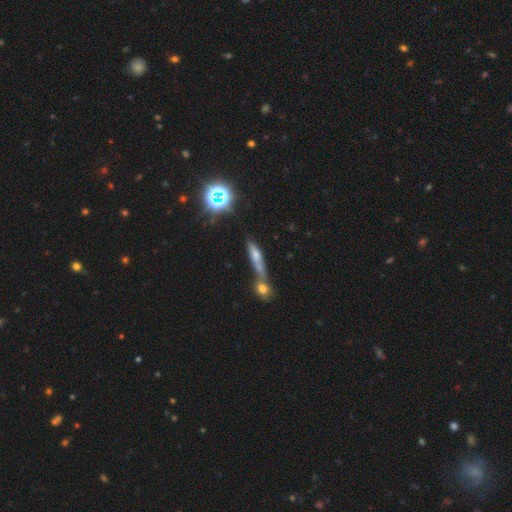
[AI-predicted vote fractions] Smooth or featured?
  - featured or disk: 40% *
  - smooth: 33%
  - star or artifact: 26%
Merging?
  - none: 44% *
  - merger: 42%
  - minor disturbance: 8%
  - major disturbance: 6%